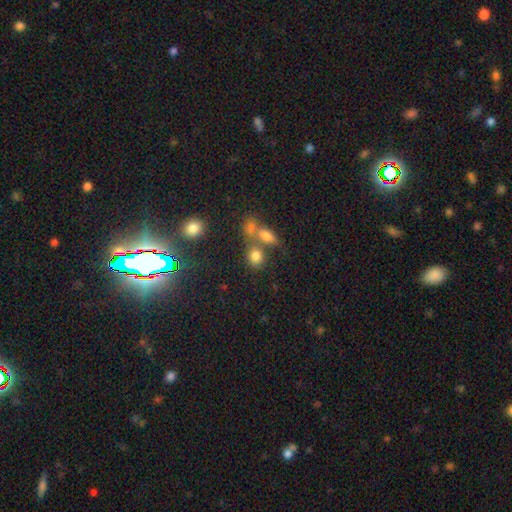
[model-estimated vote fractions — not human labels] smooth 79%, star or artifact 13%, featured or disk 9%. Down the decision tree: how rounded — round (57%); merging — none (50%).